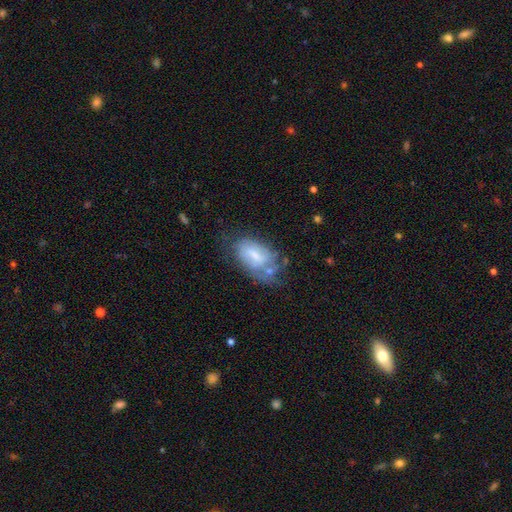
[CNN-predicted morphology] This appears to be a smooth galaxy with no disk features (49%). Merging: none (38%).